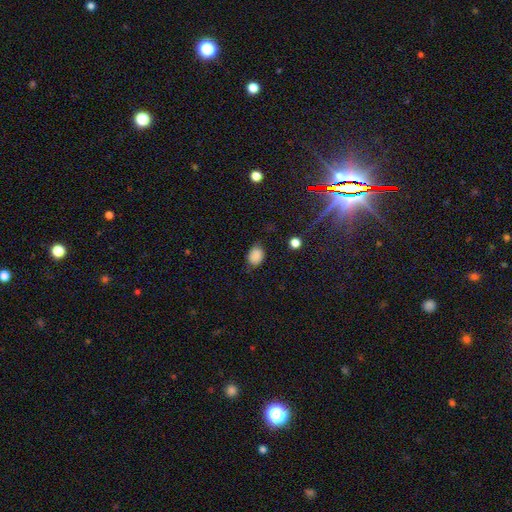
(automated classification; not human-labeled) Morphology: type=smooth (85%); roundness=in between (68%); merging=none (73%).